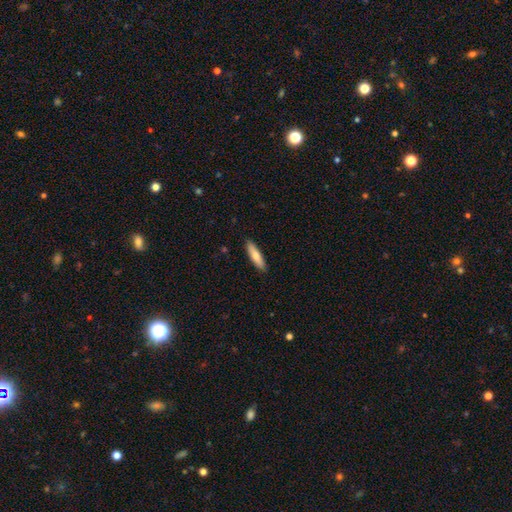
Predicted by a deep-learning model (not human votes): Smooth or featured? Predicted: smooth (p=0.73). How rounded? Predicted: cigar-shaped (p=0.75). Merging? Predicted: none (p=0.90).